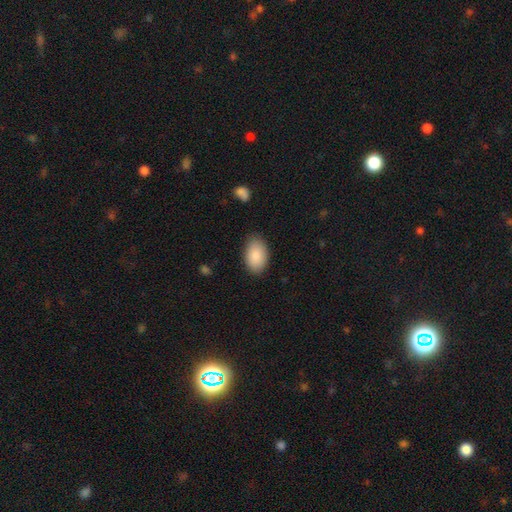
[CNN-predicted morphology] Smooth or featured? smooth (89%)
How rounded? in between (93%)
Merging? none (84%)